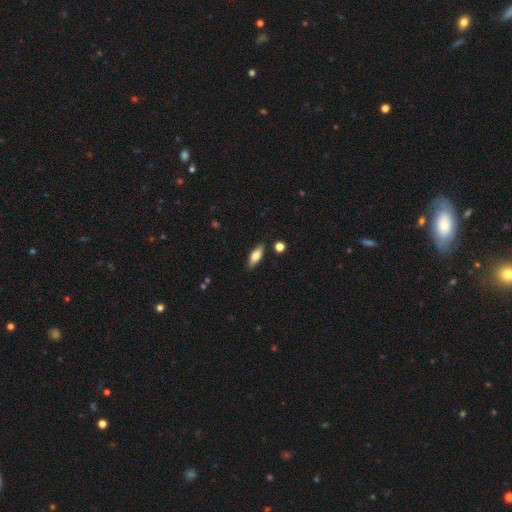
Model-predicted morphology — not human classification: This appears to be a smooth galaxy with no disk features (73%) that is in between round and cigar-shaped (68%). Merging: none (85%).